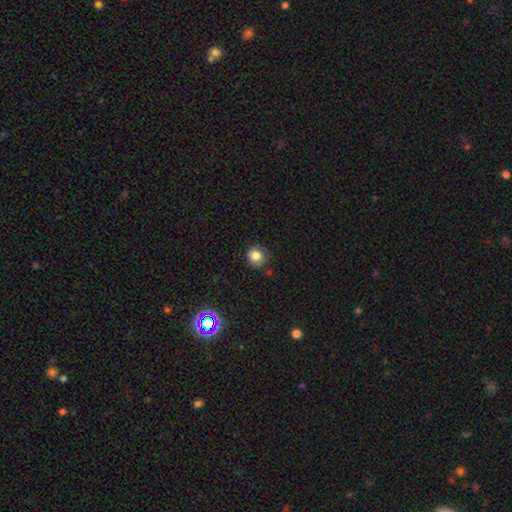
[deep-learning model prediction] A smooth galaxy with no disk features (81%) that is round (86%). Merging: none (80%).